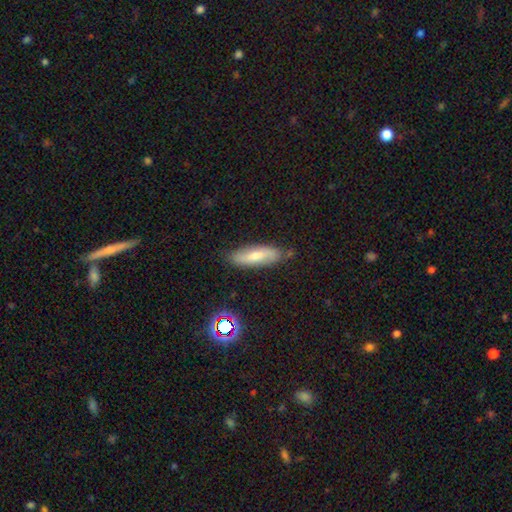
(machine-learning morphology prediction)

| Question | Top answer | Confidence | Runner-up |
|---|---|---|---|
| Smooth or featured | smooth | 57% | featured or disk (33%) |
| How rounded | in between | 49% | tied: cigar-shaped (49%) |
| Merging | none | 78% | minor disturbance (16%) |